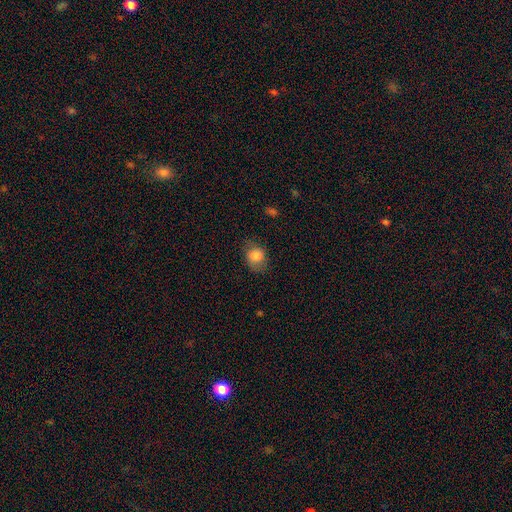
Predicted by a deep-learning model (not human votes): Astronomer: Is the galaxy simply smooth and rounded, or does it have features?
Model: smooth — 82%.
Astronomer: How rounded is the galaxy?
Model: in between — 53% (runner-up: round, 46%).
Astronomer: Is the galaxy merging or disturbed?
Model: none — 70%.